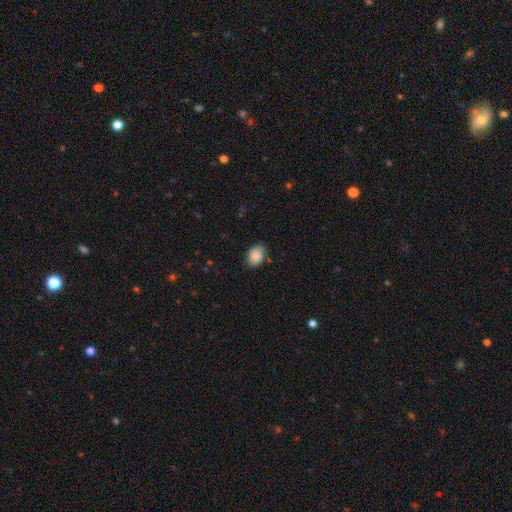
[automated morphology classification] smooth 85%, star or artifact 8%, featured or disk 7%. Down the decision tree: how rounded — in between (68%); merging — none (71%).